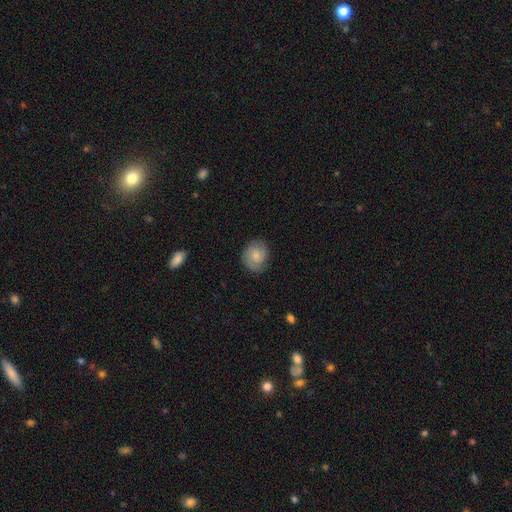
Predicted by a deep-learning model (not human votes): Smooth or featured?
  - smooth: 64% *
  - featured or disk: 29%
  - star or artifact: 7%
How rounded?
  - round: 70% *
  - in between: 29%
  - cigar-shaped: 1%
Merging?
  - none: 76% *
  - minor disturbance: 18%
  - major disturbance: 5%
  - merger: 1%